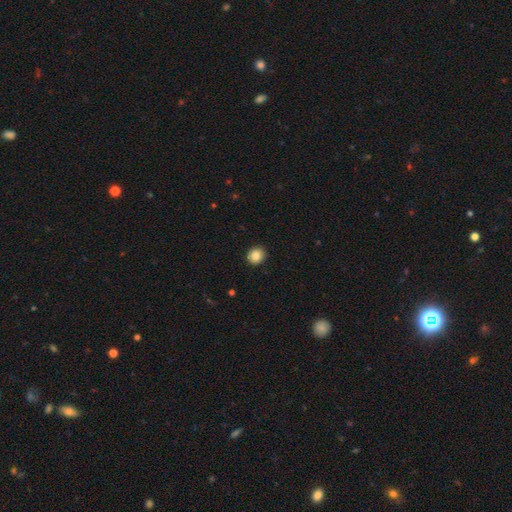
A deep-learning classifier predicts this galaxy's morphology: Smooth or featured? smooth (86%)
How rounded? round (82%)
Merging? none (92%)